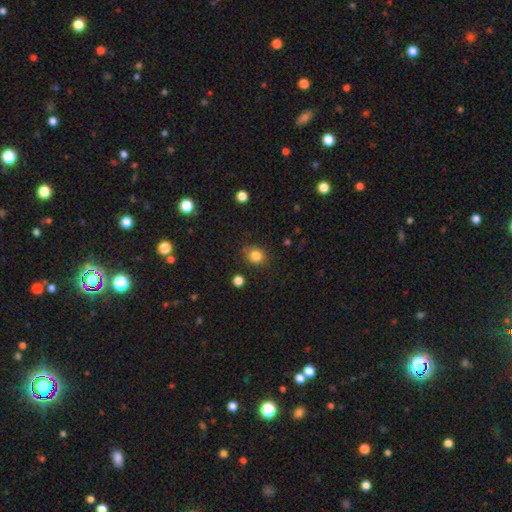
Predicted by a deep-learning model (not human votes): Smooth or featured?
  - smooth: 83% *
  - star or artifact: 12%
  - featured or disk: 5%
How rounded?
  - round: 74% *
  - in between: 25%
  - cigar-shaped: 1%
Merging?
  - none: 81% *
  - minor disturbance: 13%
  - major disturbance: 3%
  - merger: 3%